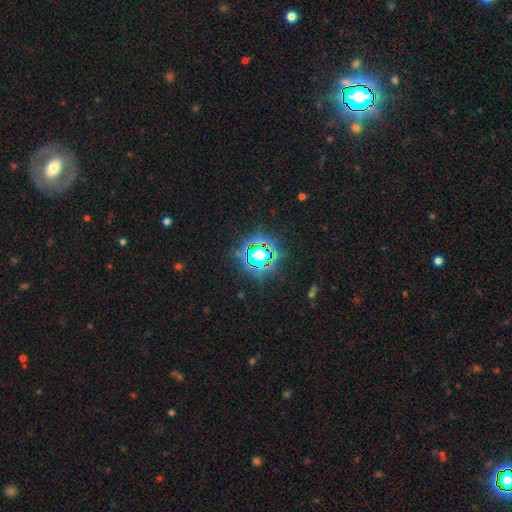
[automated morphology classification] This is likely a star or artifact rather than a galaxy (80%).